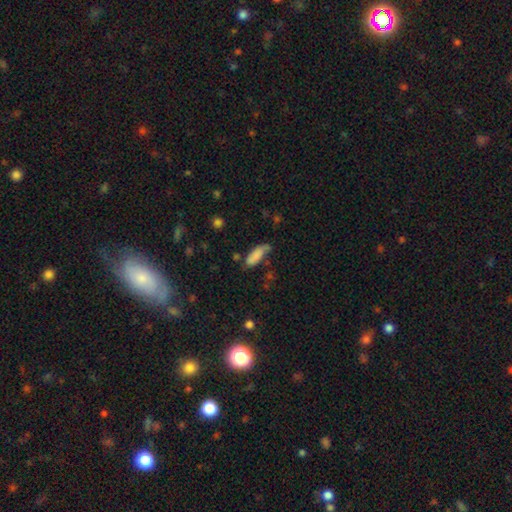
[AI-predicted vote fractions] Smooth or featured?
  - smooth: 79% *
  - featured or disk: 13%
  - star or artifact: 8%
How rounded?
  - in between: 74% *
  - cigar-shaped: 24%
  - round: 2%
Merging?
  - none: 48% *
  - minor disturbance: 33%
  - major disturbance: 12%
  - merger: 6%